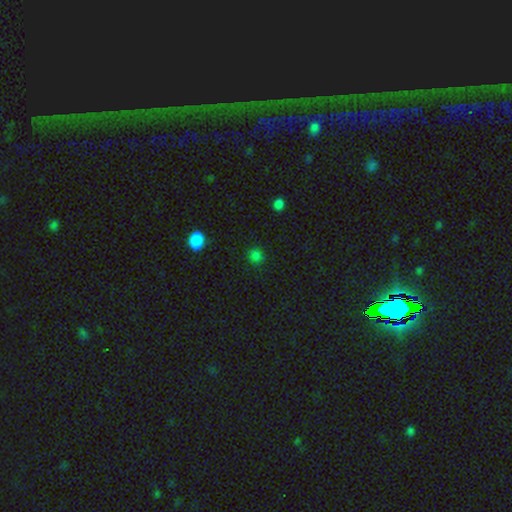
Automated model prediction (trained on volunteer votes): Smooth or featured: smooth — 78% (star or artifact — 19%)
How rounded: round — 86% (in between — 13%)
Merging: none — 86% (minor disturbance — 9%)